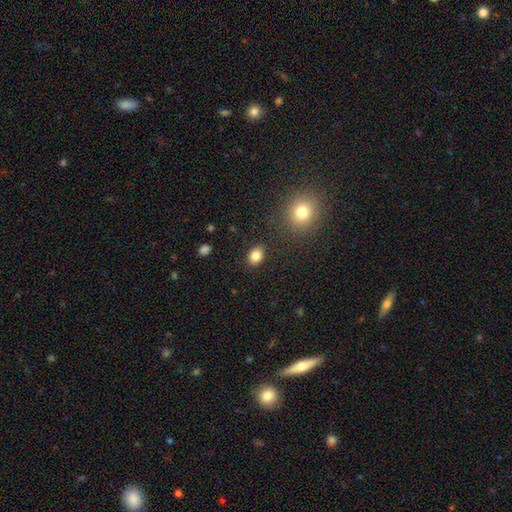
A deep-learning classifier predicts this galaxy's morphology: This appears to be a smooth galaxy with no disk features (84%) that is in between round and cigar-shaped (63%). Merging: none (87%).